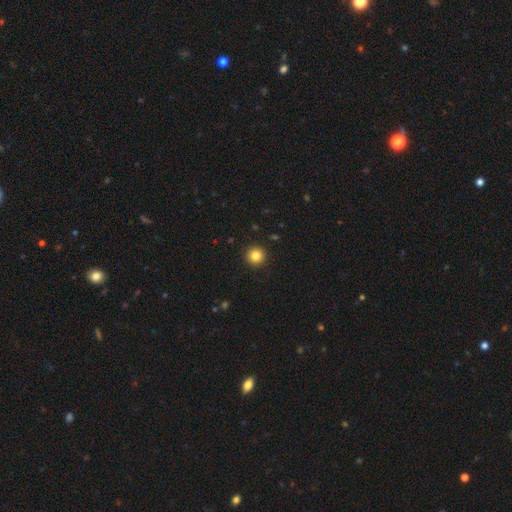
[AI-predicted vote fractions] Smooth or featured?
  - smooth: 84% *
  - star or artifact: 11%
  - featured or disk: 6%
How rounded?
  - round: 96% *
  - in between: 3%
  - cigar-shaped: 1%
Merging?
  - none: 93% *
  - minor disturbance: 4%
  - major disturbance: 2%
  - merger: 1%